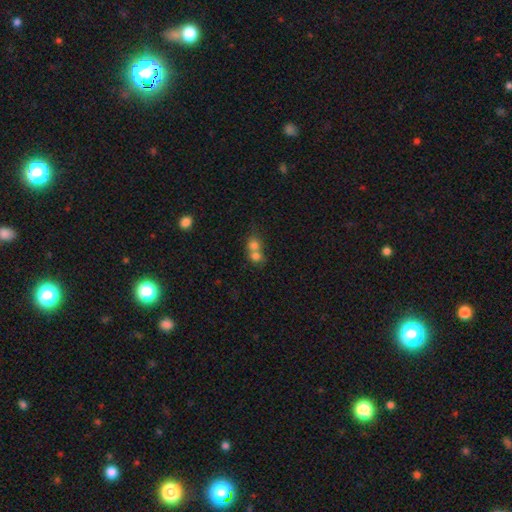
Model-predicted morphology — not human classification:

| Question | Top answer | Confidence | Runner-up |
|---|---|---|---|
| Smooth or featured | smooth | 74% | featured or disk (15%) |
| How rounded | round | 76% | in between (22%) |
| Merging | merger | 67% | none (26%) |